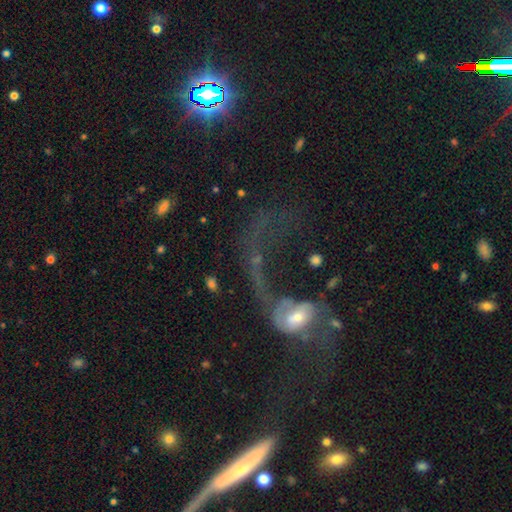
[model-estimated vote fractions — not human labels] A featured or disk galaxy (64%) with no bar (55%), spiral arms (70%) and a moderate central bulge (48%). Merging: major disturbance (50%).